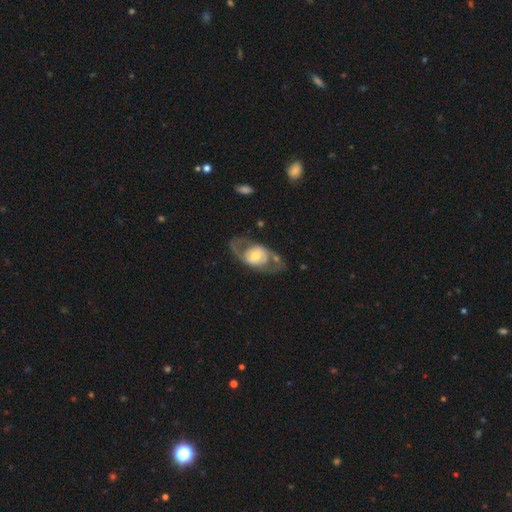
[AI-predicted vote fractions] The model was most divided on "spiral arms": yes: 60%, no: 40%. More confident: edge-on disk — no (91%); bar — no (74%); smooth or featured — featured or disk (71%); merging — none (64%); bulge size — moderate (53%).